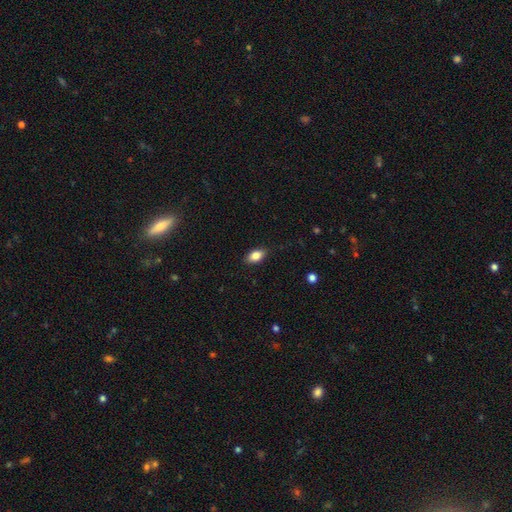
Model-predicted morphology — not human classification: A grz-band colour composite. It shows a smooth galaxy with no disk features (82%) that is in between round and cigar-shaped (89%). Merging: none (87%).